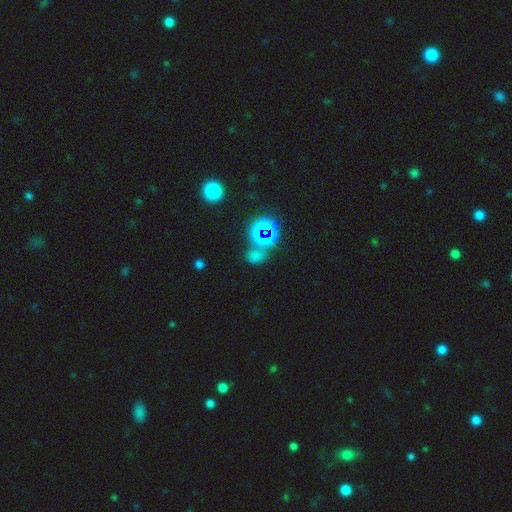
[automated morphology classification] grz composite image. It shows a star or artifact, not a galaxy (48%).